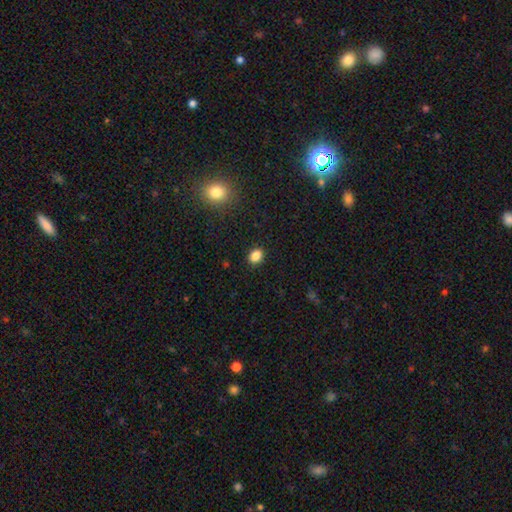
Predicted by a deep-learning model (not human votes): smooth-or-featured: smooth: 85% | star or artifact: 11% | featured or disk: 4%
  how-rounded: in between: 53% | round: 46% | cigar-shaped: 1%
  merging: none: 89% | minor disturbance: 8% | major disturbance: 2% | merger: 1%